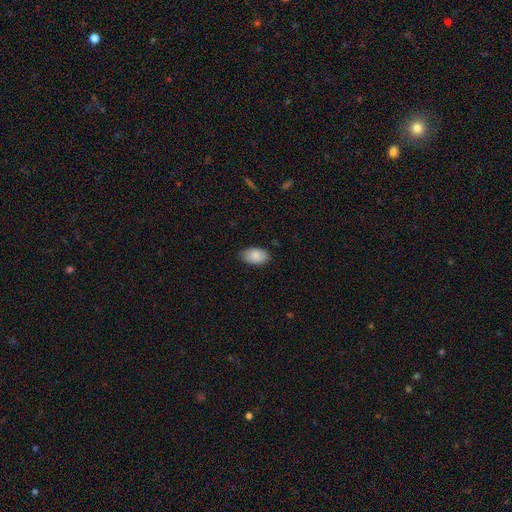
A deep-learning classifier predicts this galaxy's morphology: Smooth or featured? Predicted: smooth (p=0.85). How rounded? Predicted: in between (p=0.93). Merging? Predicted: none (p=0.82).